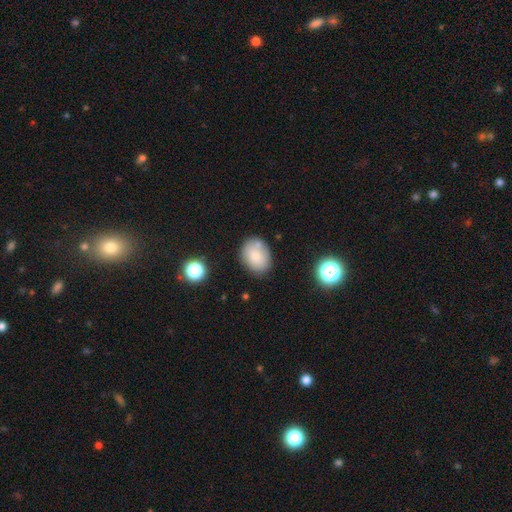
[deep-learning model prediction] Q: Smooth or featured?
A: smooth (79%); runner-up: featured or disk (12%)
Q: How rounded?
A: in between (66%); runner-up: round (33%)
Q: Merging?
A: none (72%); runner-up: minor disturbance (17%)